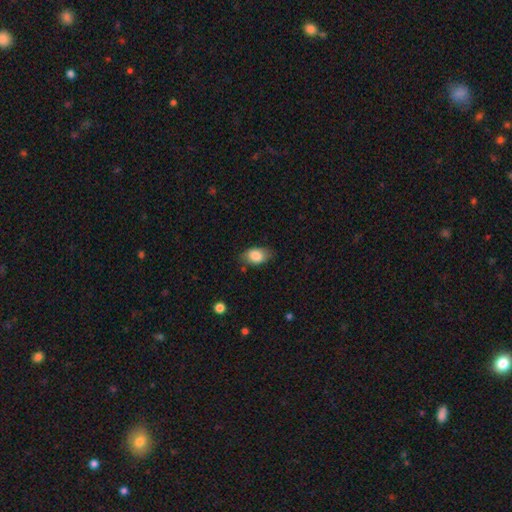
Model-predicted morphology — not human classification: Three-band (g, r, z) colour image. It shows a smooth galaxy with no disk features (84%) that is in between round and cigar-shaped (87%). Merging: none (77%).